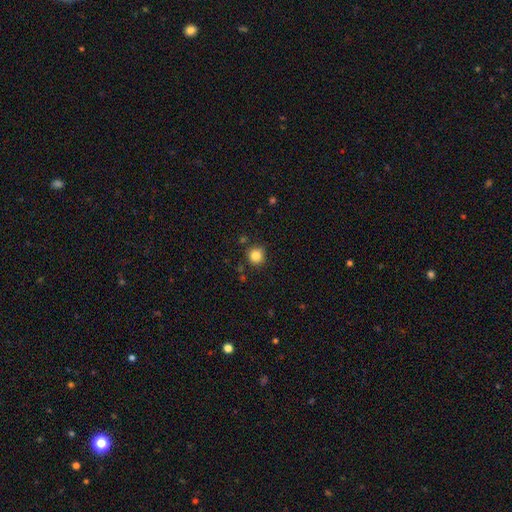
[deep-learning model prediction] This appears to be a smooth galaxy with no disk features (83%) that is round (91%). Merging: none (84%).